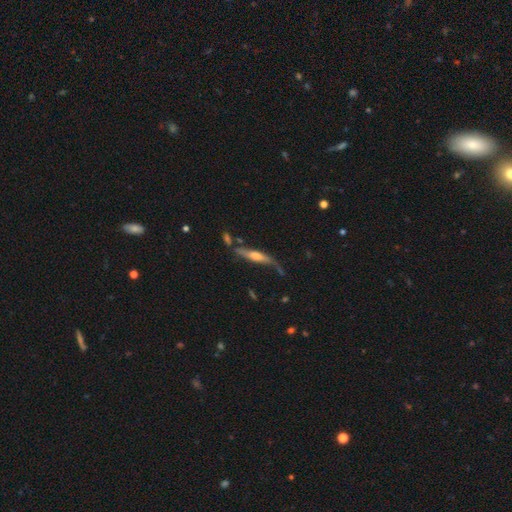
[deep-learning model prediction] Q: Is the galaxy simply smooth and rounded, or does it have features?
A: featured or disk — 66%.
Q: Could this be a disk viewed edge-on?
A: yes — 83%.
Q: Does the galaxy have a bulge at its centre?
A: rounded — 68%.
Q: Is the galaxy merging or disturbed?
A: none — 52%.